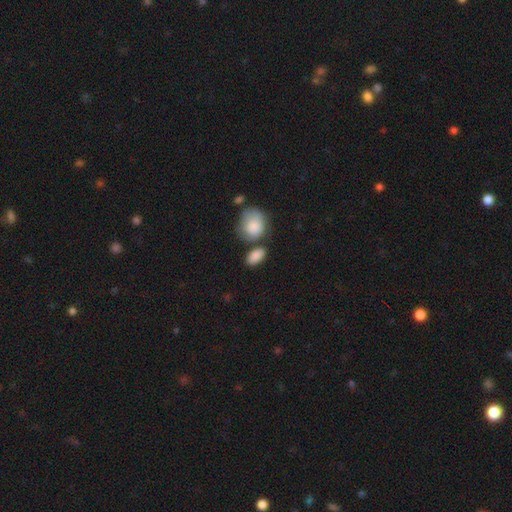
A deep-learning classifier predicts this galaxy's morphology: type=smooth (88%); roundness=in between (86%); merging=none (59%).